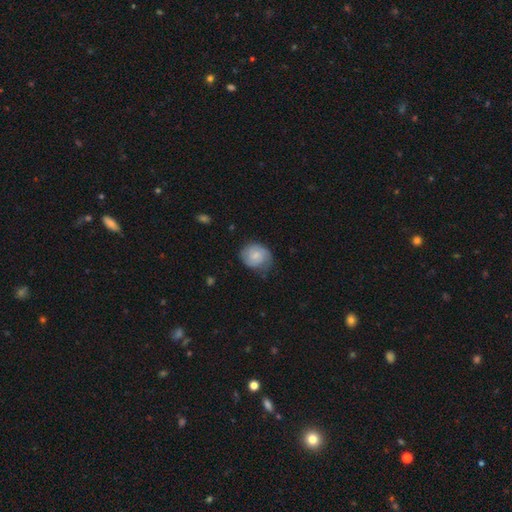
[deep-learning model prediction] Smooth or featured? Predicted: smooth (p=0.47). Merging? Predicted: none (p=0.65).